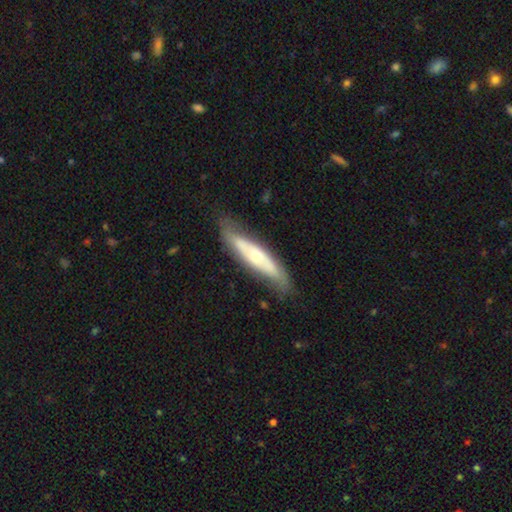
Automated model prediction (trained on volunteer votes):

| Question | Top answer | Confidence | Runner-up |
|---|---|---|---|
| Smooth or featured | featured or disk | 57% | smooth (37%) |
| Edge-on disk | yes | 53% | no (47%) |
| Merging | none | 72% | minor disturbance (20%) |